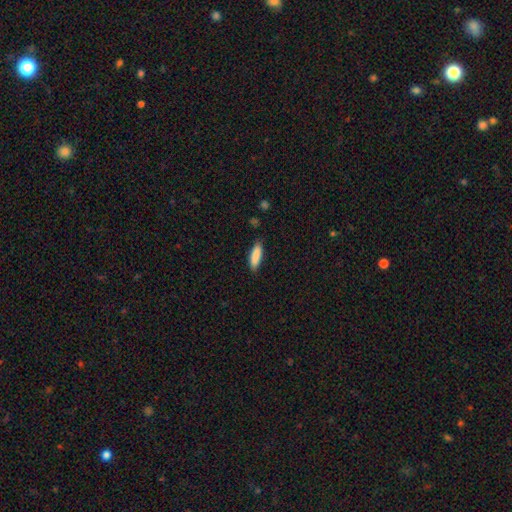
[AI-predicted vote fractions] A smooth galaxy with no disk features (87%) that is cigar-shaped (59%). Merging: none (84%).